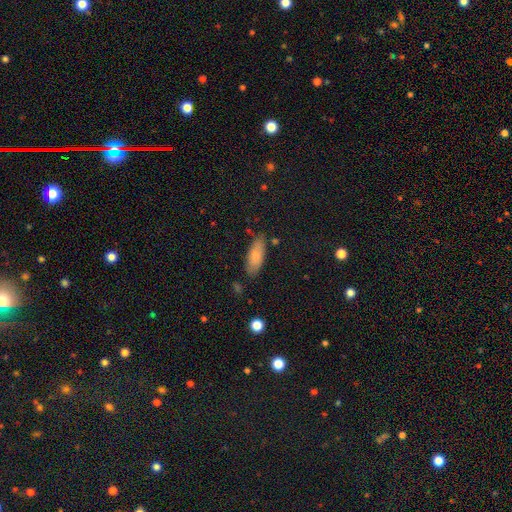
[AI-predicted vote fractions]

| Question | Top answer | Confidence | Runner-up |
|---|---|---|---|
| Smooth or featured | smooth | 81% | featured or disk (12%) |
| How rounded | in between | 75% | cigar-shaped (23%) |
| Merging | none | 80% | minor disturbance (15%) |